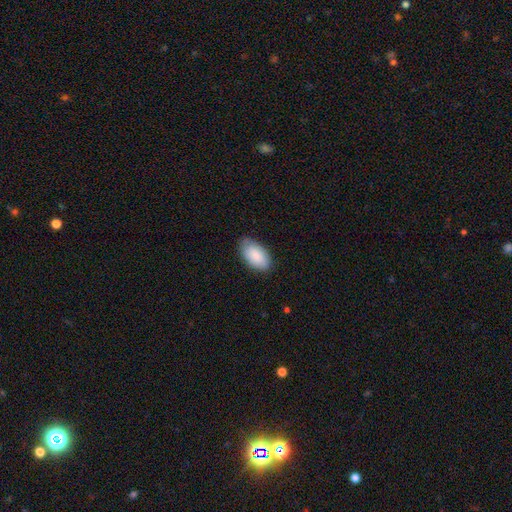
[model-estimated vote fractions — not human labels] This appears to be a smooth galaxy with no disk features (87%) that is in between round and cigar-shaped (96%). Merging: none (78%).